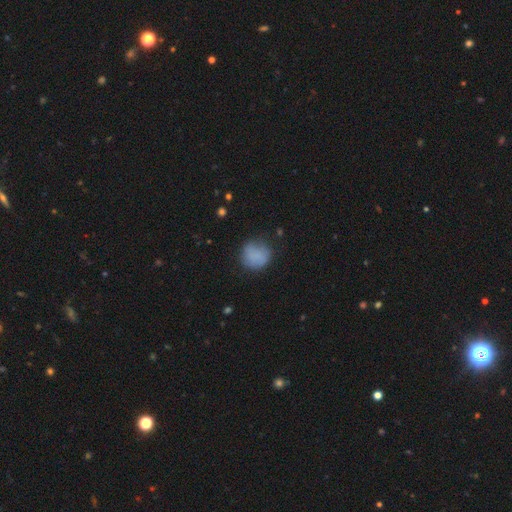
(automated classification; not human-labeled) Smooth or featured? smooth (79%)
How rounded? round (86%)
Merging? none (66%)